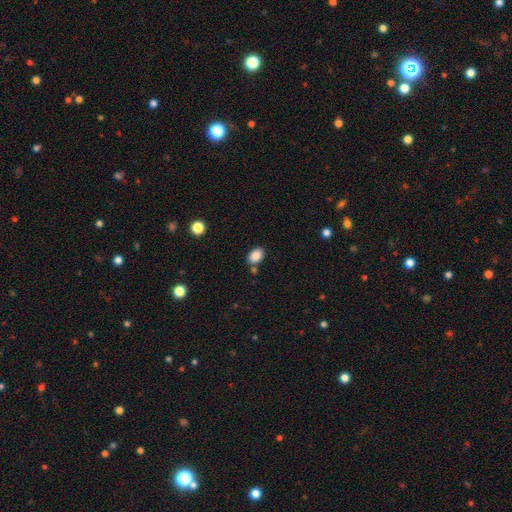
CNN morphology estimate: smooth 87%, star or artifact 9%, featured or disk 4%. Down the decision tree: how rounded — in between (82%); merging — none (76%).